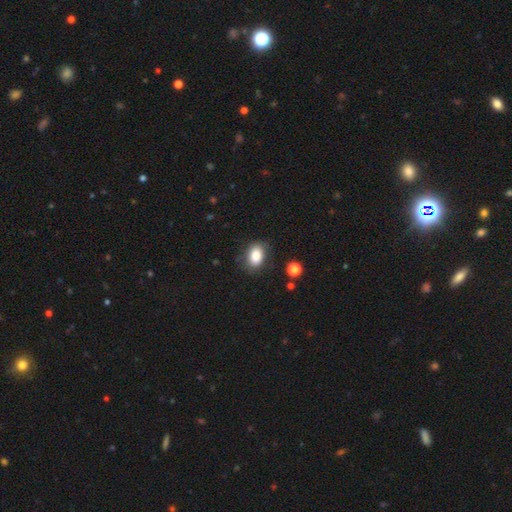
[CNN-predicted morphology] Smooth or featured: smooth — 84% (star or artifact — 9%)
How rounded: in between — 79% (round — 20%)
Merging: none — 78% (minor disturbance — 15%)